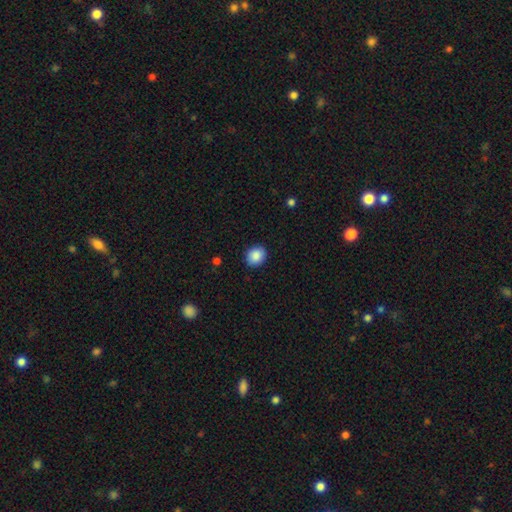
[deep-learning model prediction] Q: Smooth or featured?
A: smooth (88%); runner-up: star or artifact (8%)
Q: How rounded?
A: round (71%); runner-up: in between (28%)
Q: Merging?
A: none (90%); runner-up: minor disturbance (7%)